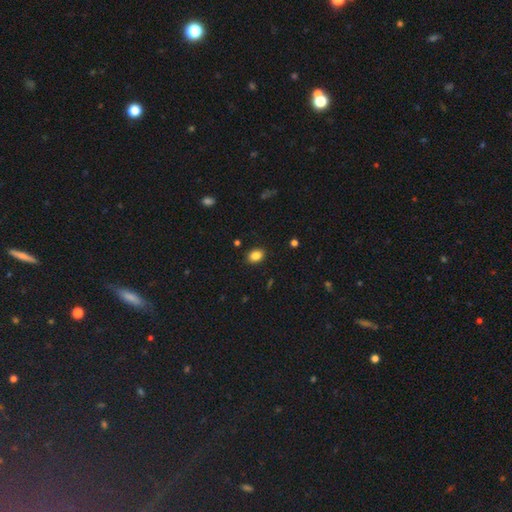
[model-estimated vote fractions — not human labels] This is clearly a smooth galaxy (86%). How rounded: likely in between (73%). Merging: clearly none (88%).